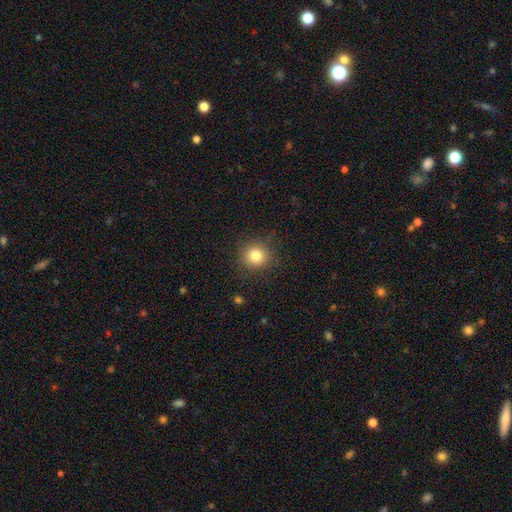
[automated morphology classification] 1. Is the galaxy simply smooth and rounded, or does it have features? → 82% smooth, 12% star or artifact, 6% featured or disk.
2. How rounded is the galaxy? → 91% round, 8% in between, 1% cigar-shaped.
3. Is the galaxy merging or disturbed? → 88% none, 8% minor disturbance, 3% major disturbance, 1% merger.